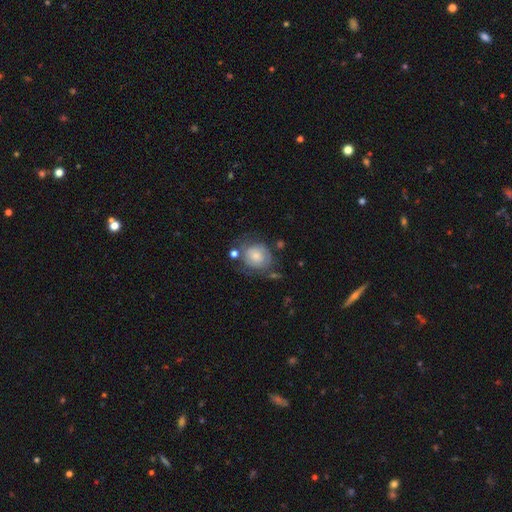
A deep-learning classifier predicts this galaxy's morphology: This appears to be a smooth galaxy with no disk features (56%) that is round (63%). Merging: none (48%).